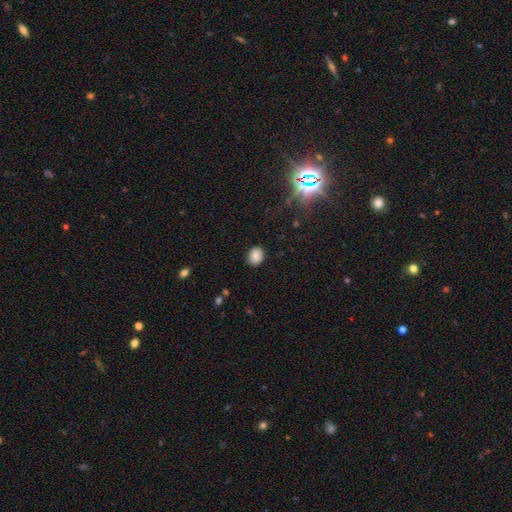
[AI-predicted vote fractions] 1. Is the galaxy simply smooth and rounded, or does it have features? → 82% smooth, 11% star or artifact, 7% featured or disk.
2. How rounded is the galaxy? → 58% round, 41% in between, 1% cigar-shaped.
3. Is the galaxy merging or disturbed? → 87% none, 9% minor disturbance, 2% major disturbance, 1% merger.